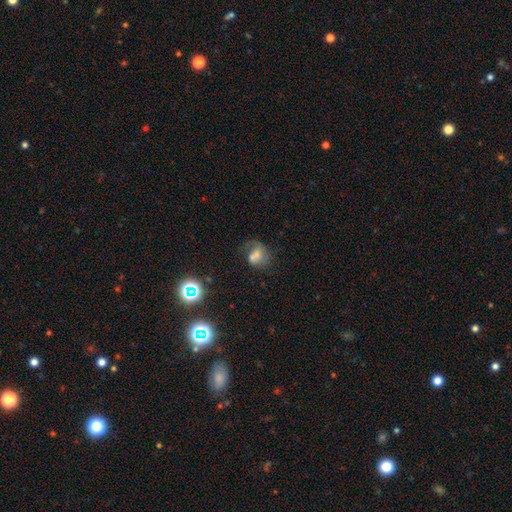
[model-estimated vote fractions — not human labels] Q: Smooth or featured?
A: smooth (47%); runner-up: featured or disk (37%)
Q: Merging?
A: none (35%); runner-up: major disturbance (29%)